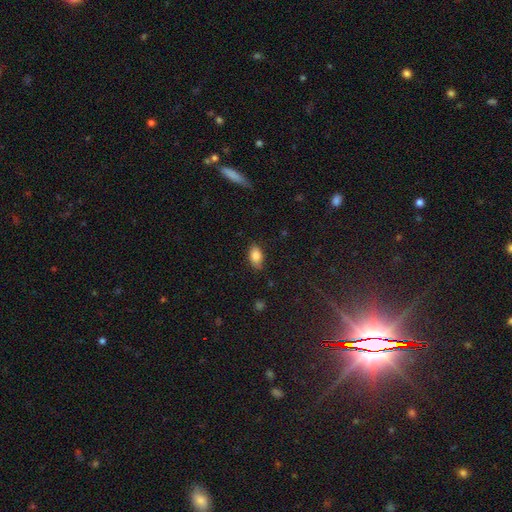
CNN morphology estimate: A smooth galaxy with no disk features (85%) that is in between round and cigar-shaped (90%).

Vote fractions:
- Smooth or featured? smooth: 85% / star or artifact: 8% / featured or disk: 7%
- How rounded? in between: 90% / round: 7% / cigar-shaped: 3%
- Merging? none: 81% / minor disturbance: 15% / major disturbance: 3% / merger: 1%